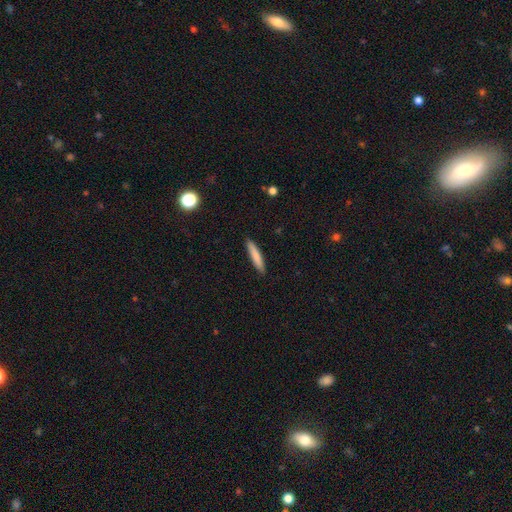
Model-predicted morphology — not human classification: Smooth or featured? Predicted: smooth (p=0.81). How rounded? Predicted: cigar-shaped (p=0.92). Merging? Predicted: none (p=0.90).